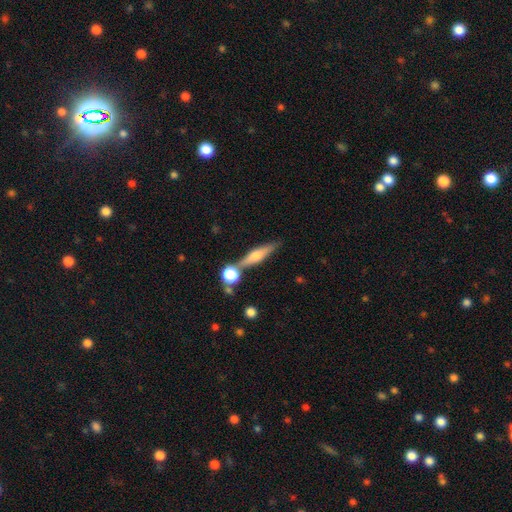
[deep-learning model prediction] Morphology: type=featured or disk (51%); edge-on=yes (94%); merging=none (70%).